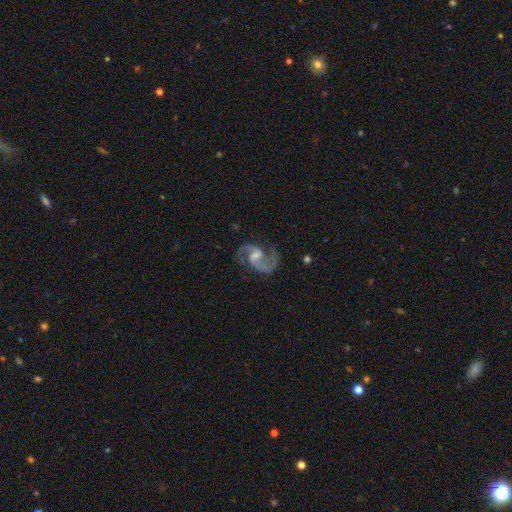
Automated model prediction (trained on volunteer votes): Q: Smooth or featured?
A: featured or disk (92%); runner-up: star or artifact (5%)
Q: Edge-on disk?
A: no (98%); runner-up: yes (2%)
Q: Bar?
A: weak (54%); runner-up: no (32%)
Q: Spiral arms?
A: yes (98%); runner-up: no (2%)
Q: Spiral winding?
A: medium (60%); runner-up: loose (30%)
Q: Spiral arm count?
A: 2 (94%); runner-up: can't tell (2%)
Q: Bulge size?
A: moderate (42%); runner-up: small (37%)
Q: Merging?
A: none (79%); runner-up: minor disturbance (14%)